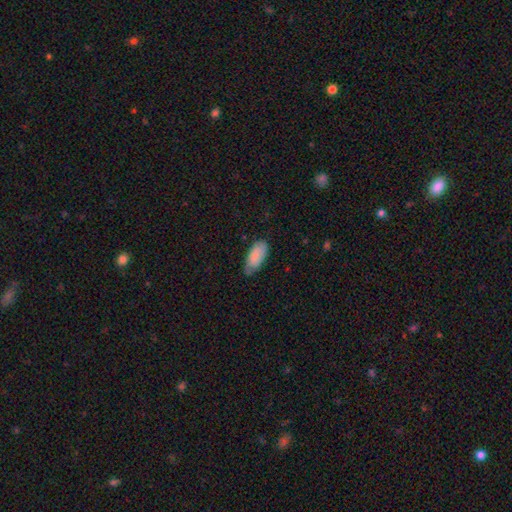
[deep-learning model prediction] Smooth or featured?
  - smooth: 77% *
  - featured or disk: 17%
  - star or artifact: 6%
How rounded?
  - in between: 91% *
  - cigar-shaped: 7%
  - round: 2%
Merging?
  - none: 60% *
  - minor disturbance: 33%
  - major disturbance: 6%
  - merger: 1%